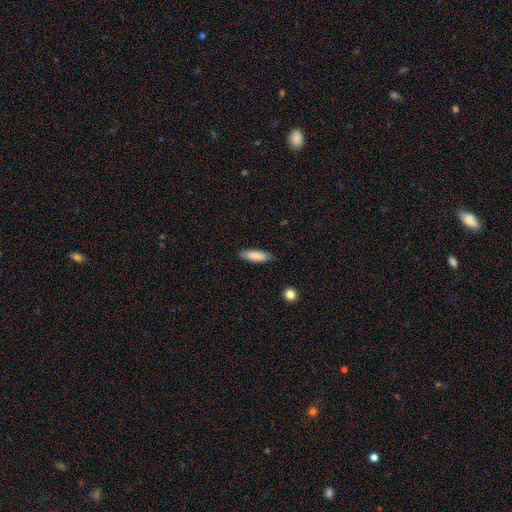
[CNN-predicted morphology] smooth_or_featured: smooth (p=0.84) [alt: featured or disk p=0.10]
how_rounded: in between (p=0.55) [alt: cigar-shaped p=0.43]
merging: none (p=0.84) [alt: minor disturbance p=0.12]